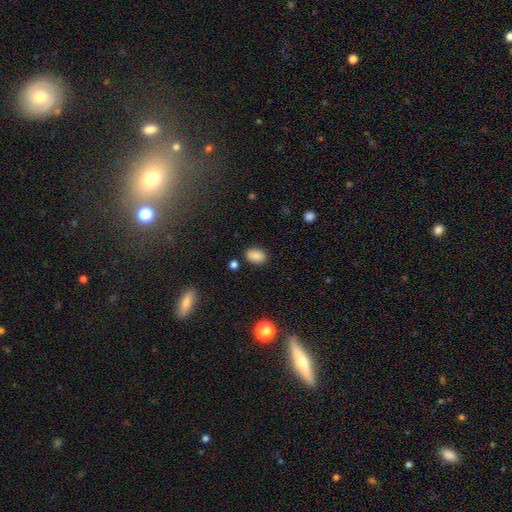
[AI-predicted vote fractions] Smooth or featured?
  - smooth: 86% *
  - star or artifact: 10%
  - featured or disk: 5%
How rounded?
  - in between: 82% *
  - round: 17%
  - cigar-shaped: 1%
Merging?
  - none: 84% *
  - minor disturbance: 11%
  - merger: 3%
  - major disturbance: 3%